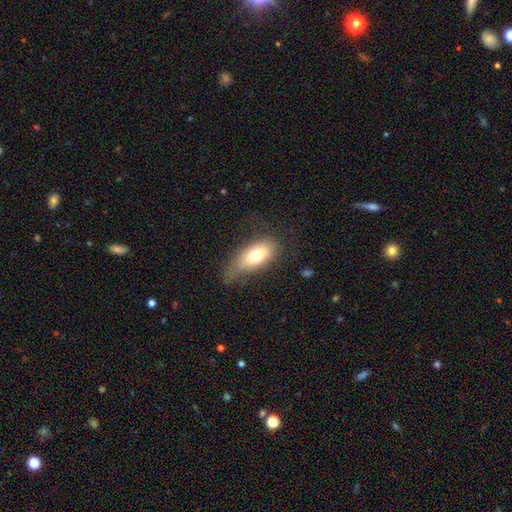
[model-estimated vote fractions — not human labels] Smooth or featured? Predicted: smooth (p=0.71). How rounded? Predicted: in between (p=0.85). Merging? Predicted: none (p=0.52).